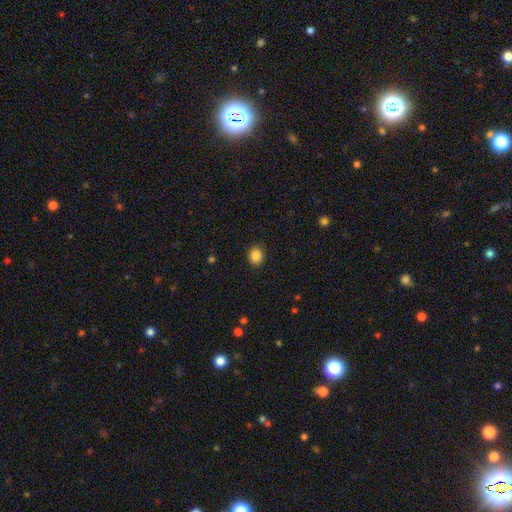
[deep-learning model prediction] This appears to be a smooth galaxy with no disk features (87%) that is round (74%). Merging: none (89%).